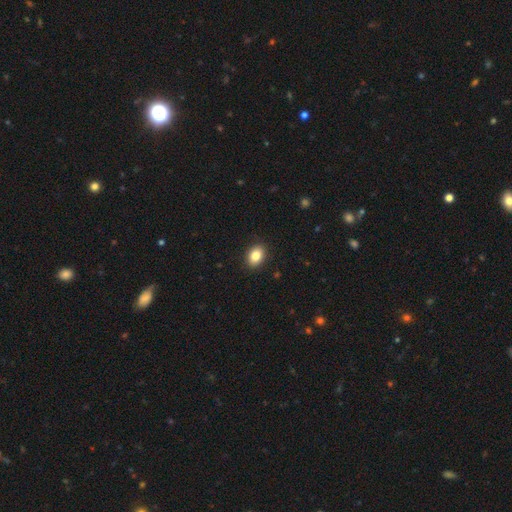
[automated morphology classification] This is clearly a smooth galaxy (85%). How rounded: likely in between (70%). Merging: clearly none (90%).